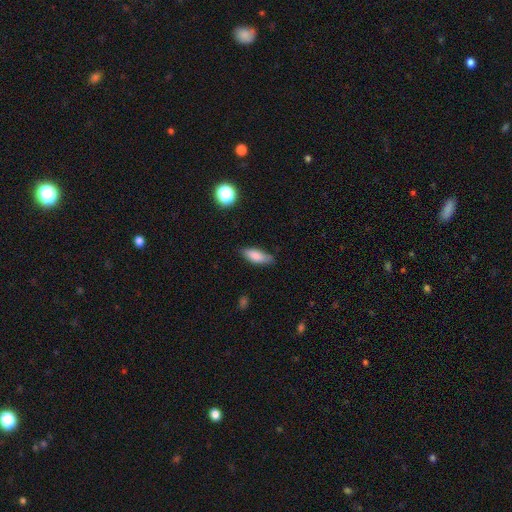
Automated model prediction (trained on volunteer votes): A smooth galaxy with no disk features (83%) that is in between round and cigar-shaped (72%).

Vote fractions:
- Smooth or featured? smooth: 83% / featured or disk: 10% / star or artifact: 7%
- How rounded? in between: 72% / cigar-shaped: 26% / round: 2%
- Merging? none: 75% / minor disturbance: 20% / major disturbance: 3% / merger: 2%